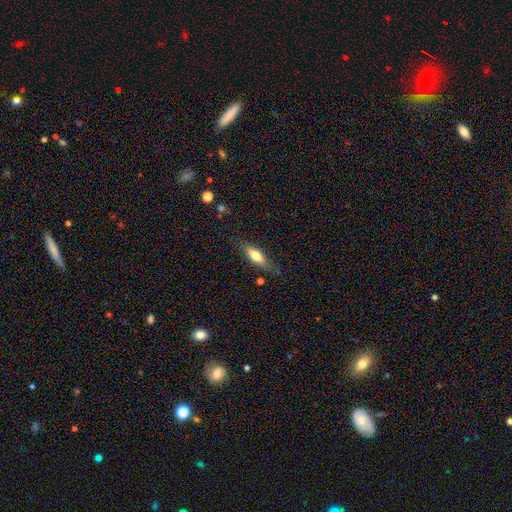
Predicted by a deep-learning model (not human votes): Smooth or featured? Predicted: smooth (p=0.65). How rounded? Predicted: in between (p=0.56). Merging? Predicted: none (p=0.77).